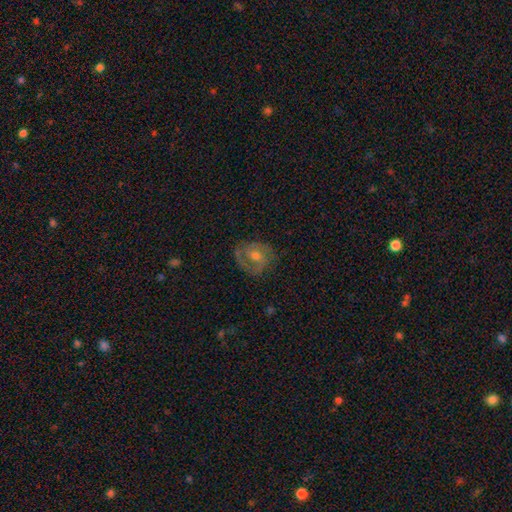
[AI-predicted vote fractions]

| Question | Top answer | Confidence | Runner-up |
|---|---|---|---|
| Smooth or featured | featured or disk | 73% | smooth (19%) |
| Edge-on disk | no | 97% | yes (3%) |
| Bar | no | 59% | weak (34%) |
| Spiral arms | yes | 89% | no (11%) |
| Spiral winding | tight | 44% | medium (43%) |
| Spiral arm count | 2 | 70% | can't tell (13%) |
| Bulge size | moderate | 60% | small (34%) |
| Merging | none | 75% | minor disturbance (16%) |